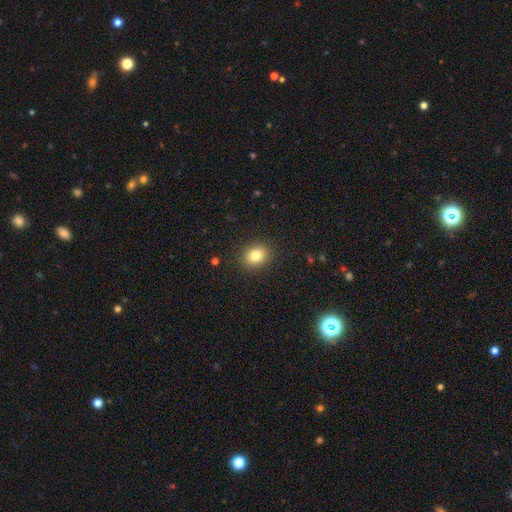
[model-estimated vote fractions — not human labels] Morphology: type=smooth (81%); roundness=round (53%); merging=none (90%).